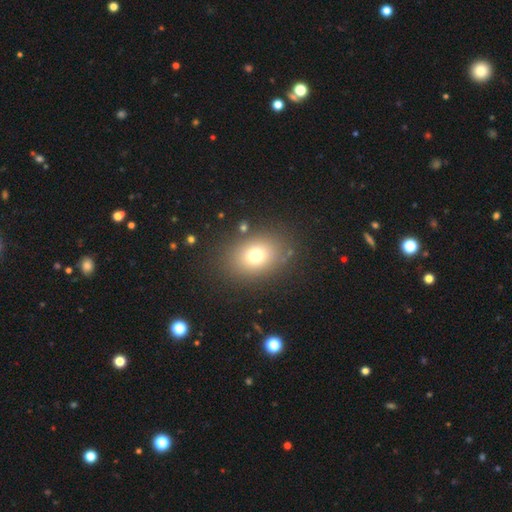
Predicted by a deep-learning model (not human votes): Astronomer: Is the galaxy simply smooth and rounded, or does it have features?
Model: smooth — 74%.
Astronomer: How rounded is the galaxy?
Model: in between — 62%.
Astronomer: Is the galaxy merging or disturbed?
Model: none — 83%.